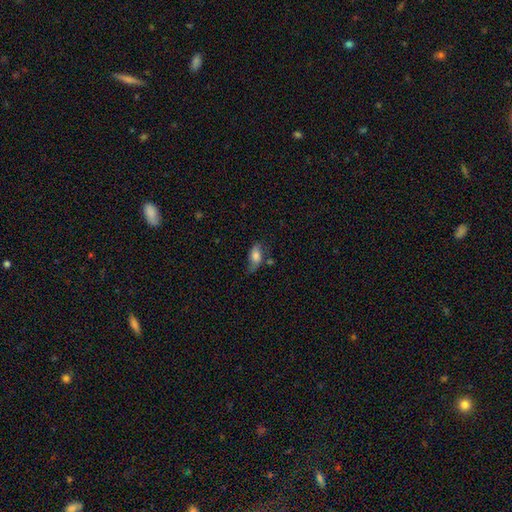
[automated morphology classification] The model was most divided on "merging": none: 46%, minor disturbance: 33%, major disturbance: 15%, merger: 6%. More confident: how rounded — in between (86%); smooth or featured — smooth (73%).